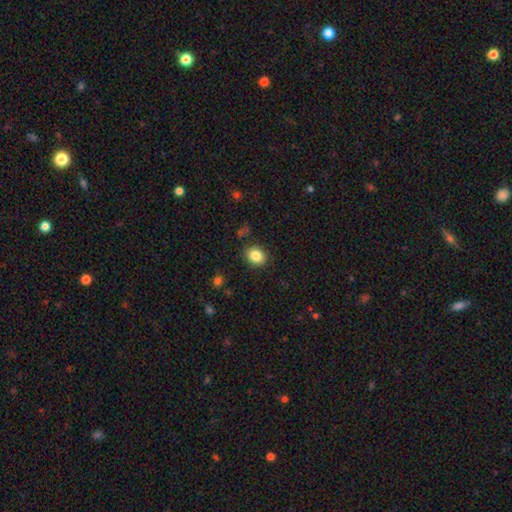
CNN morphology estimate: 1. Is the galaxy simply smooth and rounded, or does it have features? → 85% smooth, 9% star or artifact, 6% featured or disk.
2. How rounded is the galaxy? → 55% round, 44% in between, 1% cigar-shaped.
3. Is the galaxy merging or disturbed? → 87% none, 9% minor disturbance, 3% major disturbance, 2% merger.